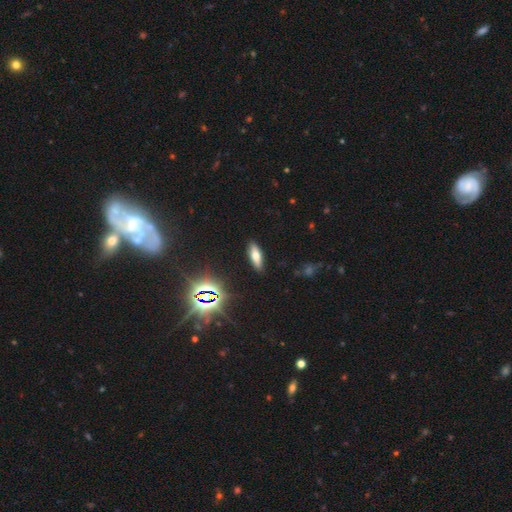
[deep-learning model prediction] Smooth or featured: smooth — 60% (featured or disk — 23%)
How rounded: in between — 53% (cigar-shaped — 44%)
Merging: none — 88% (minor disturbance — 8%)